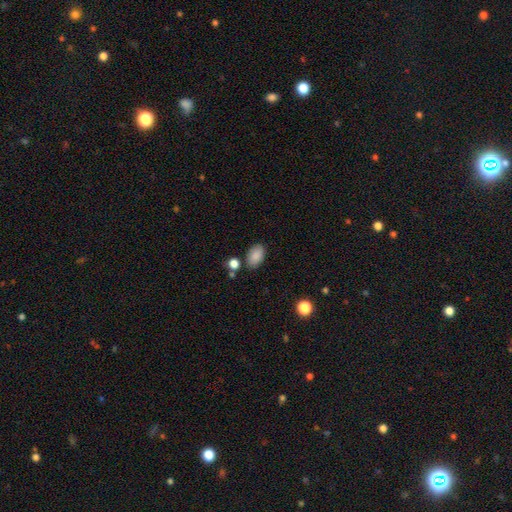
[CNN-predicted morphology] Overall: smooth (87%). How rounded: in between (89%). Merging: none (79%).